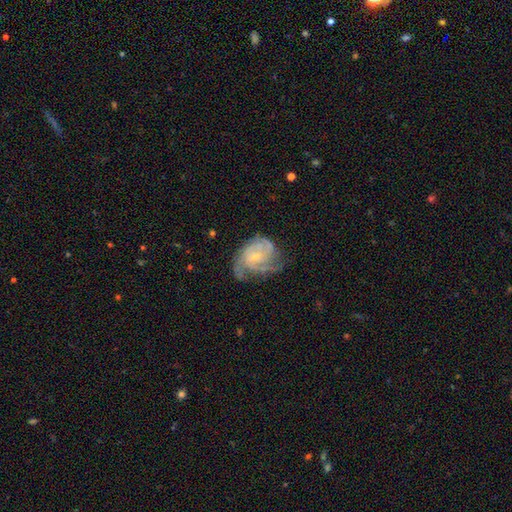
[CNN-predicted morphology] Smooth or featured? featured or disk (82%)
Edge-on disk? no (98%)
Bar? no (70%)
Spiral arms? yes (94%)
Spiral winding? tight (51%)
Spiral arm count? 3 (30%)
Bulge size? small (70%)
Merging? none (52%)